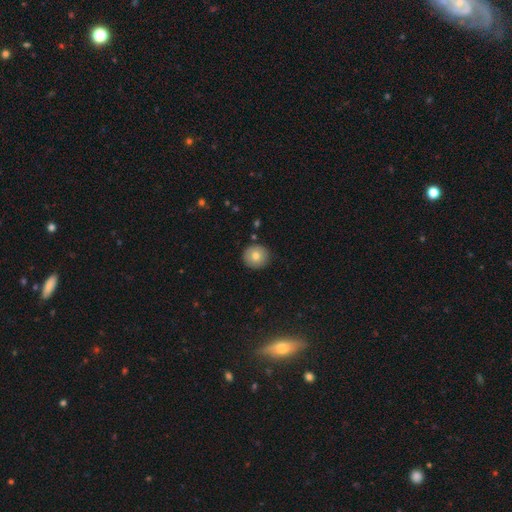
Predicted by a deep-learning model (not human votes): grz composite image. It shows a smooth galaxy with no disk features (77%) that is round (94%). Merging: none (89%).